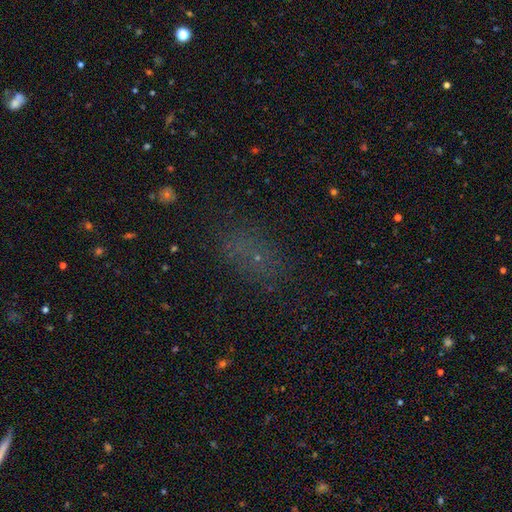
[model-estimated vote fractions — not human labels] This is possibly a smooth galaxy (50%). How rounded: likely in between (77%). Merging: likely none (72%).